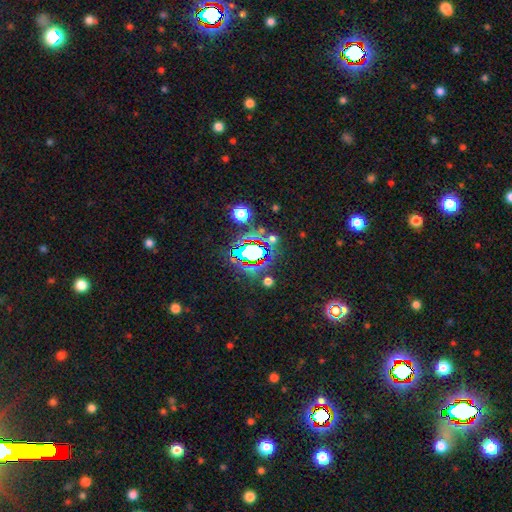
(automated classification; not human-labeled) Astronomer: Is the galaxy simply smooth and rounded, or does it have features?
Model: star or artifact — 69%.